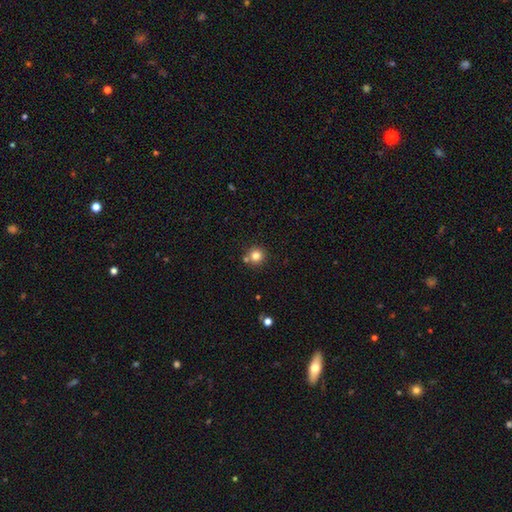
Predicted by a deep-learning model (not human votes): Overall: smooth (79%). How rounded: round (94%). Merging: none (77%).